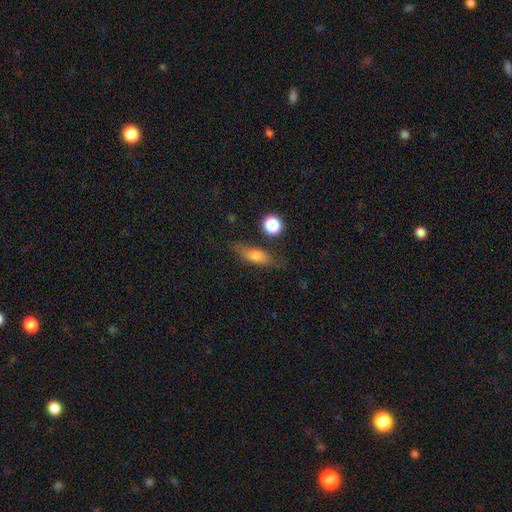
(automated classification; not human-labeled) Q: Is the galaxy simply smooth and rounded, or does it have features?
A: smooth — 64%.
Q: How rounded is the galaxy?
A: in between — 49%.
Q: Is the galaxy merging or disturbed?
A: none — 73%.